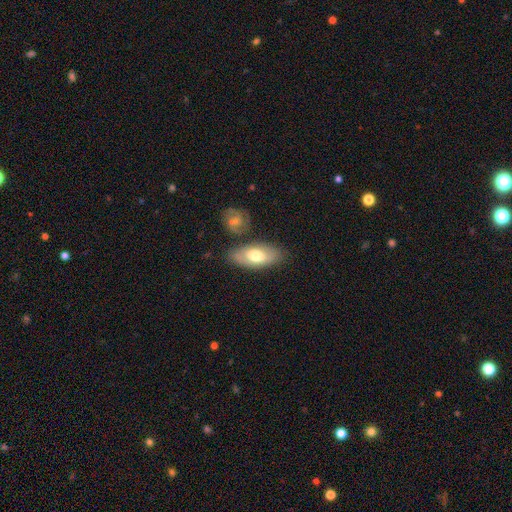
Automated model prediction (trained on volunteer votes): Smooth or featured? Predicted: smooth (p=0.64). How rounded? Predicted: in between (p=0.87). Merging? Predicted: none (p=0.73).